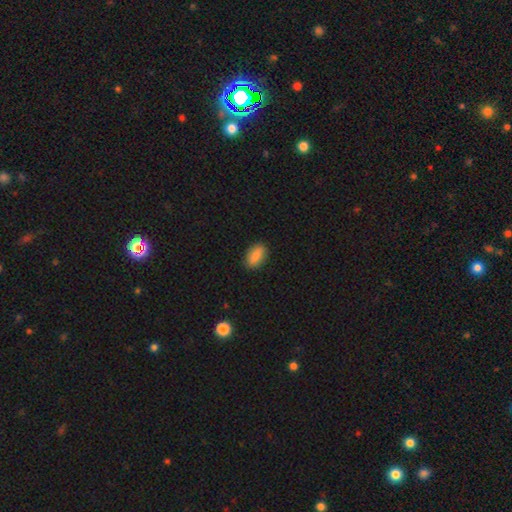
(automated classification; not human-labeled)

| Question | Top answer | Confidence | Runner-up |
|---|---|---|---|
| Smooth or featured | smooth | 86% | star or artifact (7%) |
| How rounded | in between | 89% | cigar-shaped (6%) |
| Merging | none | 87% | minor disturbance (10%) |